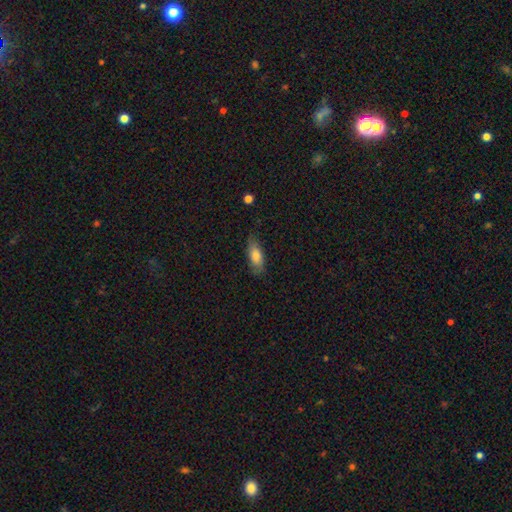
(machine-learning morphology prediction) A smooth galaxy with no disk features (77%) that is in between round and cigar-shaped (80%).

Vote fractions:
- Smooth or featured? smooth: 77% / featured or disk: 16% / star or artifact: 7%
- How rounded? in between: 80% / cigar-shaped: 17% / round: 3%
- Merging? none: 74% / minor disturbance: 21% / major disturbance: 4% / merger: 1%